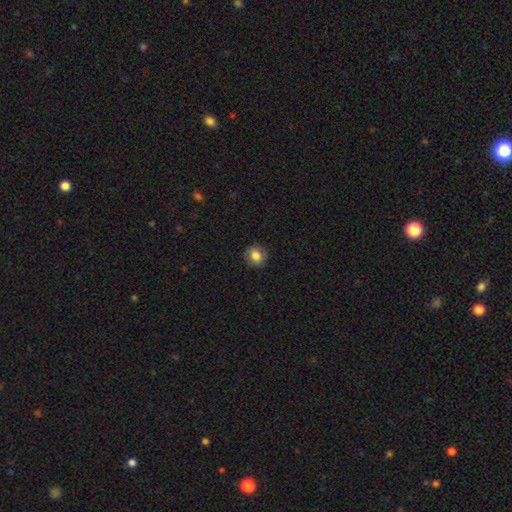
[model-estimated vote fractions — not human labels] This appears to be a smooth galaxy with no disk features (82%) that is round (86%). Merging: none (87%).